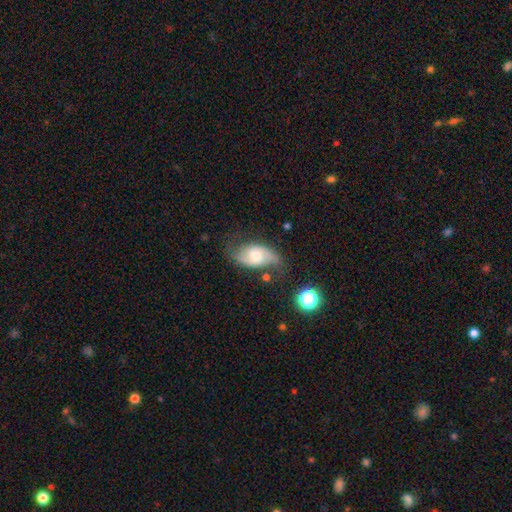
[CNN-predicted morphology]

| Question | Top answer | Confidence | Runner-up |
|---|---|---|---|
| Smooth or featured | featured or disk | 60% | smooth (32%) |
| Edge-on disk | no | 94% | yes (6%) |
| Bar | no | 59% | weak (34%) |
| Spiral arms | yes | 85% | no (15%) |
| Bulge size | moderate | 64% | small (23%) |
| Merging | none | 54% | minor disturbance (28%) |